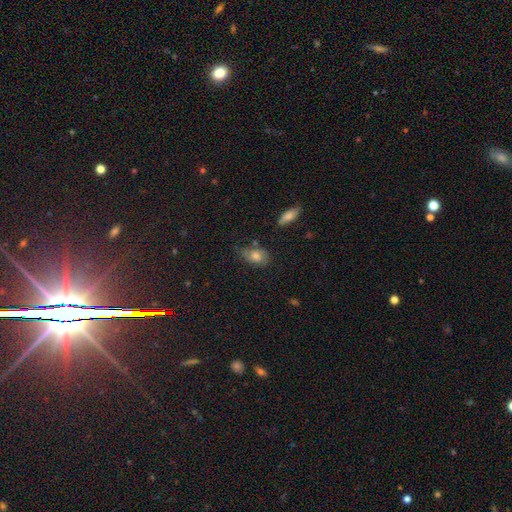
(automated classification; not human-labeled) smooth-or-featured: smooth: 61% | featured or disk: 24% | star or artifact: 15%
  how-rounded: in between: 80% | round: 17% | cigar-shaped: 3%
  merging: none: 55% | minor disturbance: 30% | major disturbance: 11% | merger: 4%